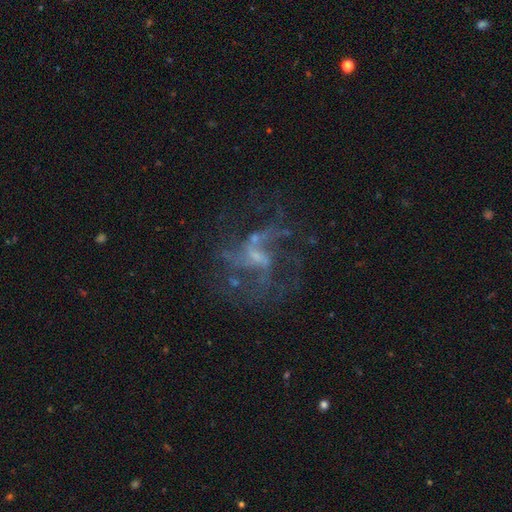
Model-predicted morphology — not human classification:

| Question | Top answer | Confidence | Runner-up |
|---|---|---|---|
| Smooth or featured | featured or disk | 77% | star or artifact (15%) |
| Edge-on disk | no | 97% | yes (3%) |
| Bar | weak | 45% | no (42%) |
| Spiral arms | yes | 79% | no (21%) |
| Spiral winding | loose | 57% | medium (34%) |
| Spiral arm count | can't tell | 27% | tied: 2 (27%) |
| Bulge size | small | 52% | none (27%) |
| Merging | none | 52% | major disturbance (29%) |